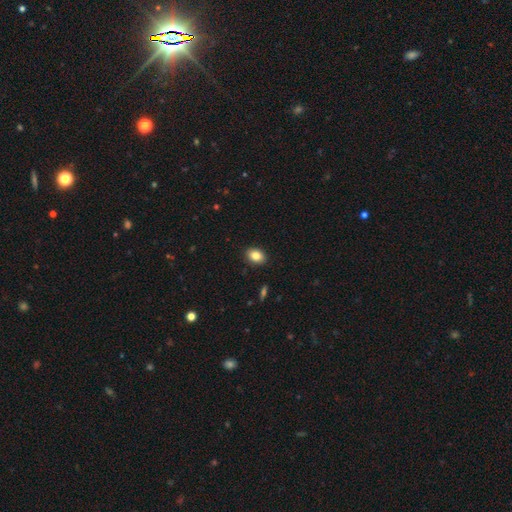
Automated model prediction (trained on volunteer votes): This is clearly a smooth galaxy (85%). How rounded: likely in between (77%). Merging: clearly none (90%).